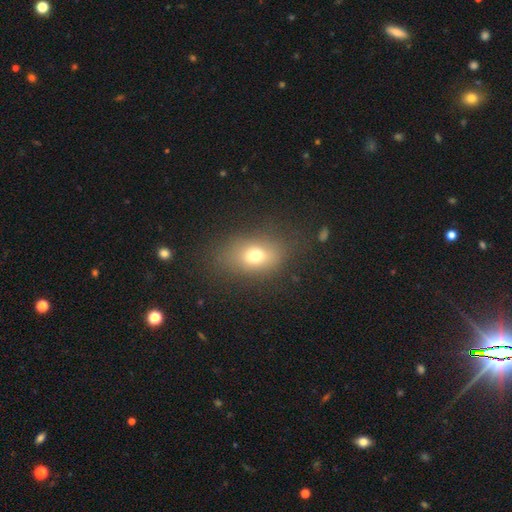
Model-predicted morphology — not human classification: Smooth or featured? smooth (70%)
How rounded? in between (72%)
Merging? none (75%)